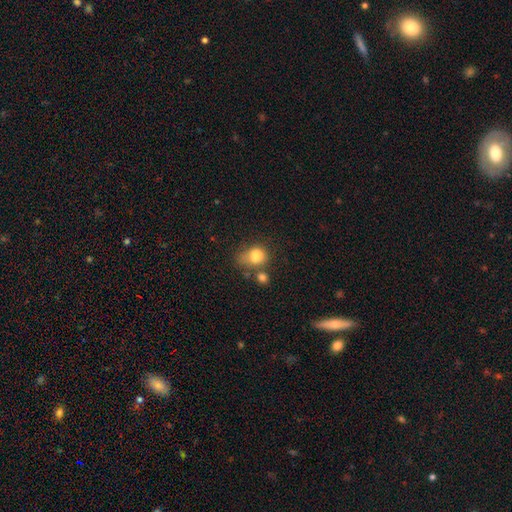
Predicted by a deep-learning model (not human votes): The model was most divided on "merging": none: 31%, merger: 28%, minor disturbance: 24%, major disturbance: 17%. More confident: smooth or featured — smooth (77%); how rounded — in between (54%).